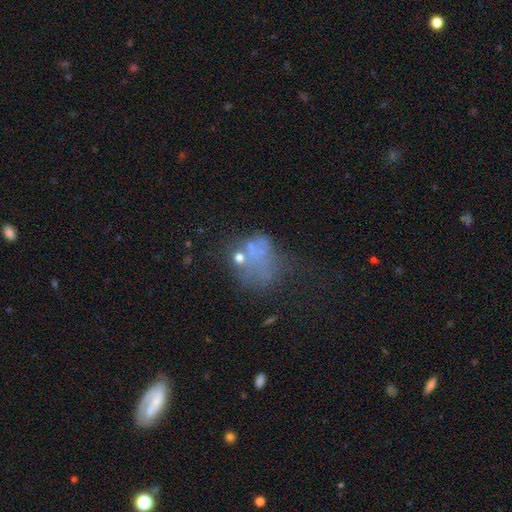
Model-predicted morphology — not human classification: A featured or disk galaxy (38%). Merging: major disturbance (33%, tied with none).